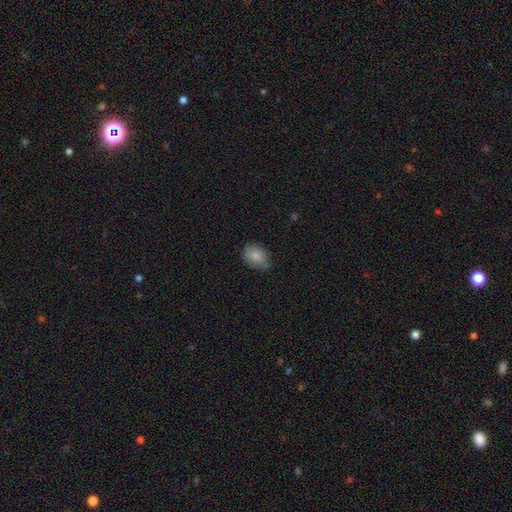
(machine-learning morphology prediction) A smooth galaxy with no disk features (85%) that is in between round and cigar-shaped (70%).

Vote fractions:
- Smooth or featured? smooth: 85% / star or artifact: 8% / featured or disk: 7%
- How rounded? in between: 70% / round: 29% / cigar-shaped: 1%
- Merging? none: 69% / minor disturbance: 26% / major disturbance: 4% / merger: 1%